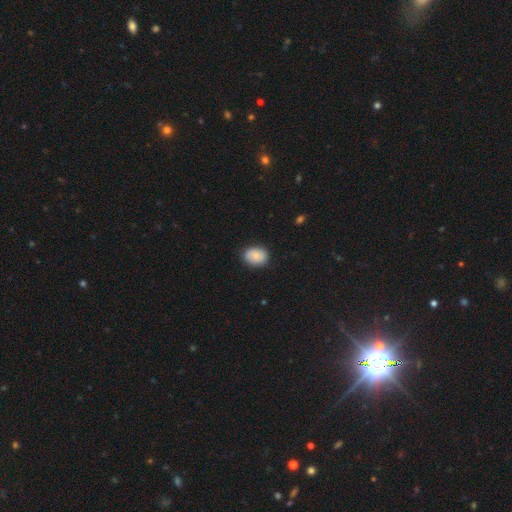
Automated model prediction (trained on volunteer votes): Smooth or featured? smooth (76%)
How rounded? in between (60%)
Merging? none (83%)